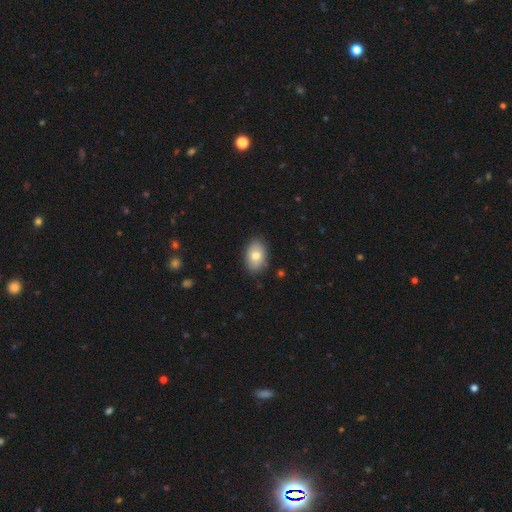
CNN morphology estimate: Smooth or featured? smooth (77%)
How rounded? in between (87%)
Merging? none (86%)